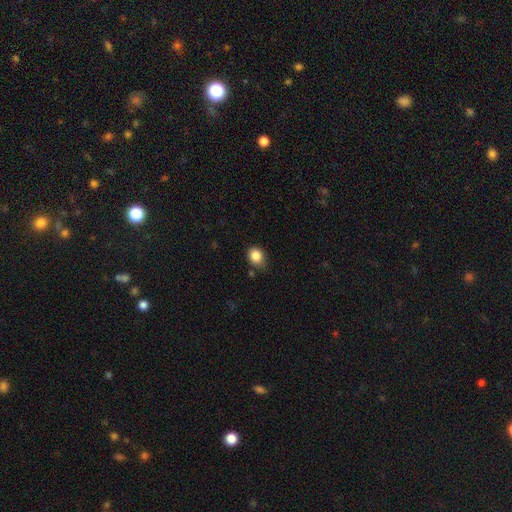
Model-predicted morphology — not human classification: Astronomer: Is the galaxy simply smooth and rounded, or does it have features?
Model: smooth — 85%.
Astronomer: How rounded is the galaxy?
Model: round — 65%.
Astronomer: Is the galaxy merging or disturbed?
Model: none — 69%.